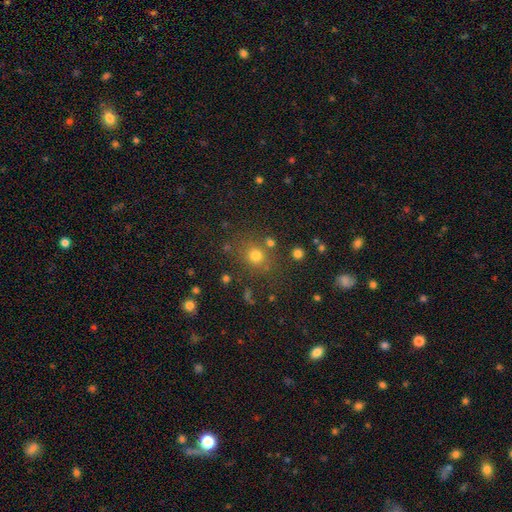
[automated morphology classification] smooth_or_featured: smooth (p=0.72) [alt: star or artifact p=0.20]
how_rounded: round (p=0.83) [alt: in between p=0.16]
merging: none (p=0.78) [alt: minor disturbance p=0.10]